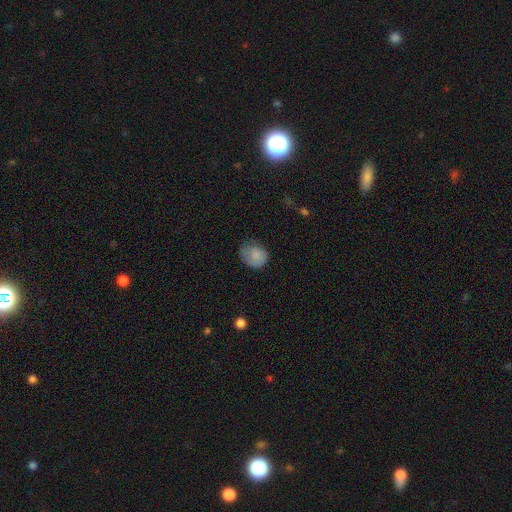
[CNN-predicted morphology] smooth 80%, featured or disk 13%, star or artifact 8%. Down the decision tree: how rounded — round (60%); merging — none (50%).